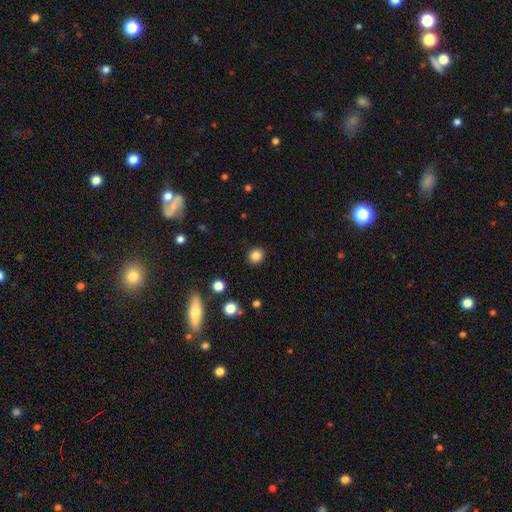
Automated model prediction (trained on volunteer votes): Overall: smooth (84%). How rounded: round (84%). Merging: none (91%).